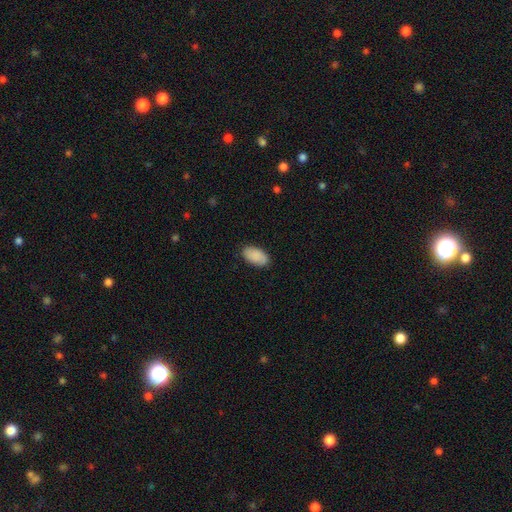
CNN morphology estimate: smooth_or_featured: smooth (p=0.89) [alt: star or artifact p=0.06]
how_rounded: in between (p=0.95) [alt: round p=0.03]
merging: none (p=0.86) [alt: minor disturbance p=0.11]